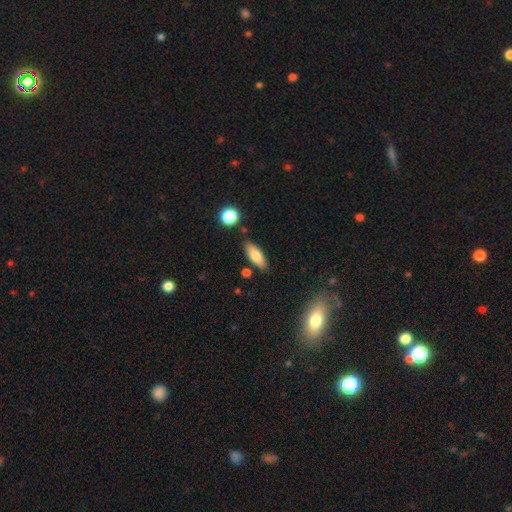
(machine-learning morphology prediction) Overall: smooth (80%). How rounded: in between (66%; cigar-shaped 32%). Merging: none (81%).